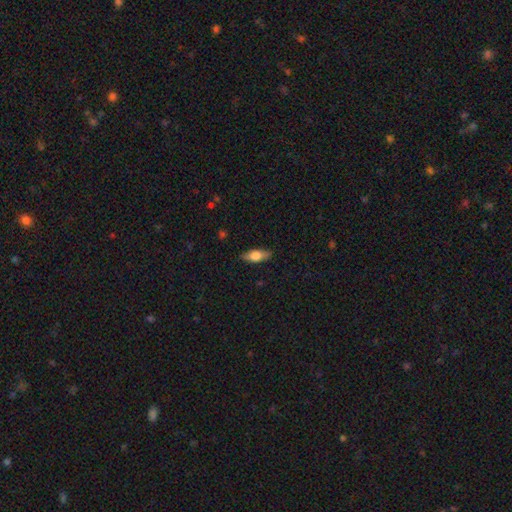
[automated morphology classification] Smooth or featured: smooth — 68% (featured or disk — 26%)
How rounded: in between — 75% (cigar-shaped — 22%)
Merging: none — 85% (minor disturbance — 11%)